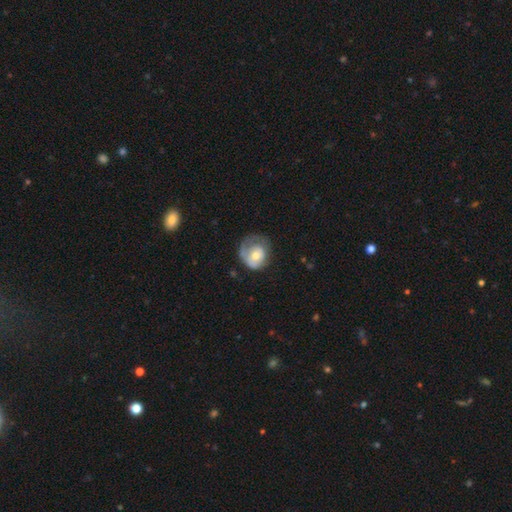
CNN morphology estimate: Smooth or featured?
  - smooth: 48% *
  - featured or disk: 46%
  - star or artifact: 6%
Merging?
  - major disturbance: 35% *
  - none: 34%
  - minor disturbance: 28%
  - merger: 2%